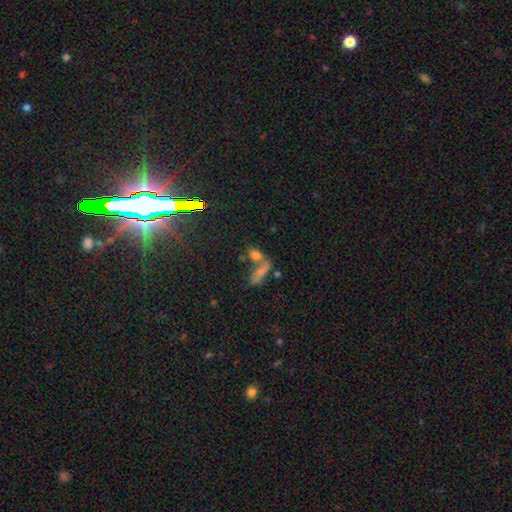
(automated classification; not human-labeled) smooth-or-featured: smooth: 67% | star or artifact: 18% | featured or disk: 15%
  how-rounded: in between: 68% | cigar-shaped: 18% | round: 15%
  merging: merger: 49% | none: 36% | minor disturbance: 9% | major disturbance: 6%